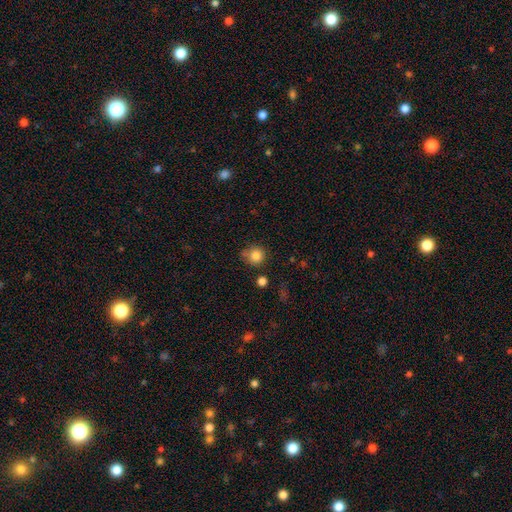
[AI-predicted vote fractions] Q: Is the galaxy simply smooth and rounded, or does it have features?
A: smooth — 84%.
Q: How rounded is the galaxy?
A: round — 91%.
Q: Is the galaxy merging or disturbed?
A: none — 69%.